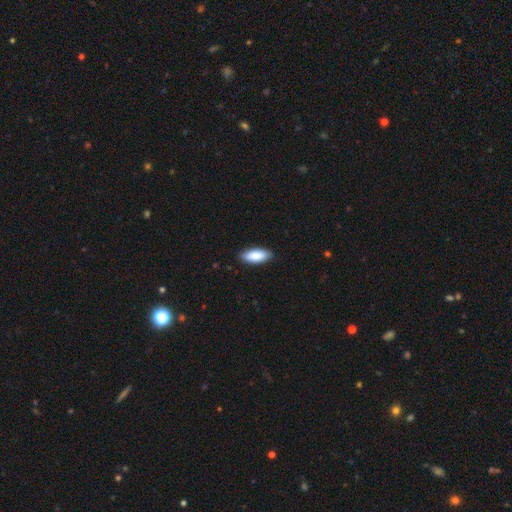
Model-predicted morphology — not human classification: Smooth or featured: smooth — 88% (featured or disk — 7%)
How rounded: in between — 83% (cigar-shaped — 15%)
Merging: none — 87% (minor disturbance — 10%)